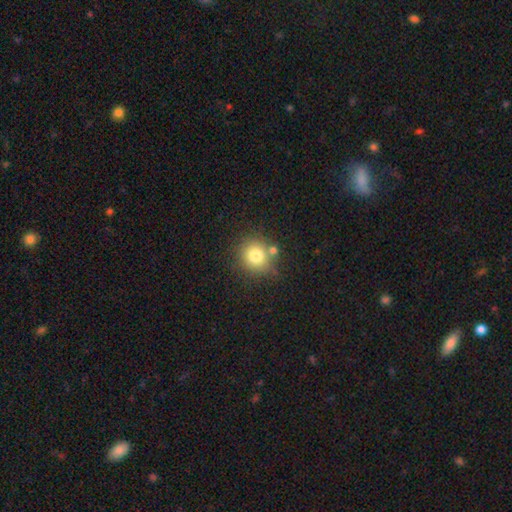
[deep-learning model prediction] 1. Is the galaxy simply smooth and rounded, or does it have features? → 77% smooth, 13% star or artifact, 10% featured or disk.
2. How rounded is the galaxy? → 89% round, 10% in between, 1% cigar-shaped.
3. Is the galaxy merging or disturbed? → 72% none, 12% merger, 12% minor disturbance, 4% major disturbance.